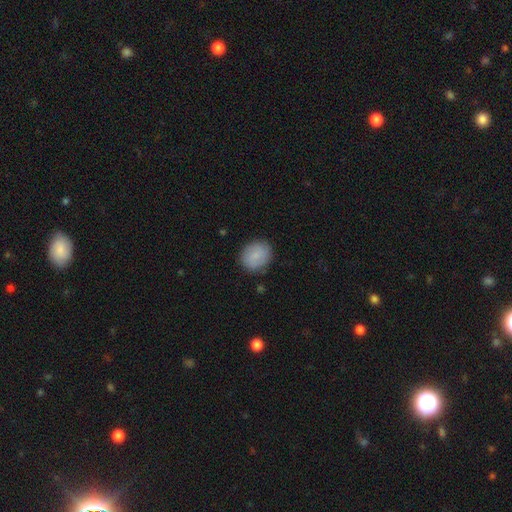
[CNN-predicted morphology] The model was most divided on "how rounded": round: 64%, in between: 35%, cigar-shaped: 1%. More confident: merging — none (84%); smooth or featured — smooth (83%).